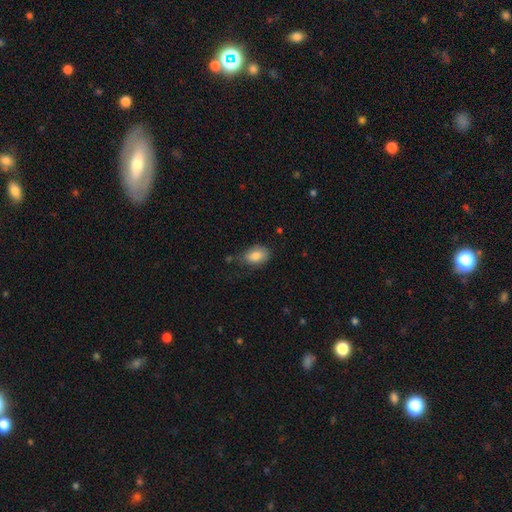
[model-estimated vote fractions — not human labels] This appears to be a smooth galaxy with no disk features (84%) that is in between round and cigar-shaped (89%). Merging: none (66%).